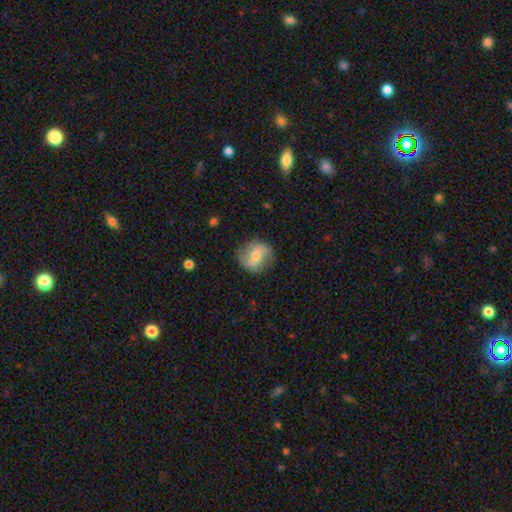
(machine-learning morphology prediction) Smooth or featured: featured or disk — 75% (smooth — 19%)
Edge-on disk: no — 97% (yes — 3%)
Bar: weak — 48% (no — 33%)
Spiral arms: yes — 93% (no — 7%)
Spiral winding: loose — 51% (medium — 37%)
Spiral arm count: 2 — 90% (can't tell — 4%)
Bulge size: moderate — 52% (small — 41%)
Merging: none — 82% (minor disturbance — 12%)